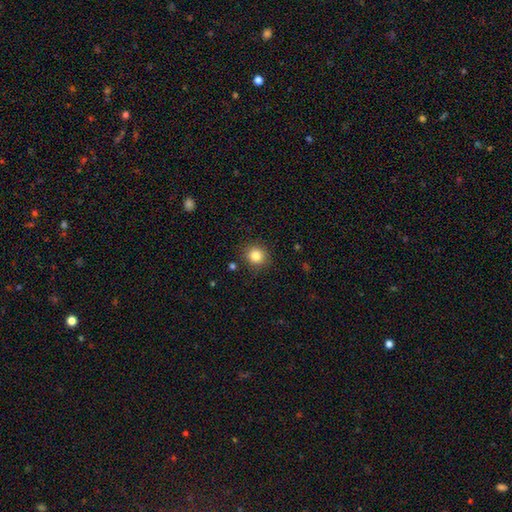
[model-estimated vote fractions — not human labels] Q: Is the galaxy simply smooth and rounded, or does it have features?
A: smooth — 83%.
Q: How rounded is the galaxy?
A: round — 89%.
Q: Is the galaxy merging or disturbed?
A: none — 87%.